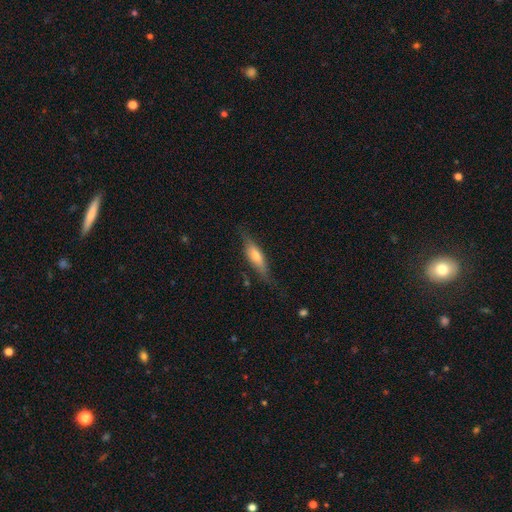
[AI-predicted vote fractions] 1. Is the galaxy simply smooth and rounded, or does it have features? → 51% featured or disk, 42% smooth, 7% star or artifact.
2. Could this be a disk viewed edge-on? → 84% yes, 16% no.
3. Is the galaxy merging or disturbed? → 72% none, 20% minor disturbance, 6% major disturbance, 2% merger.